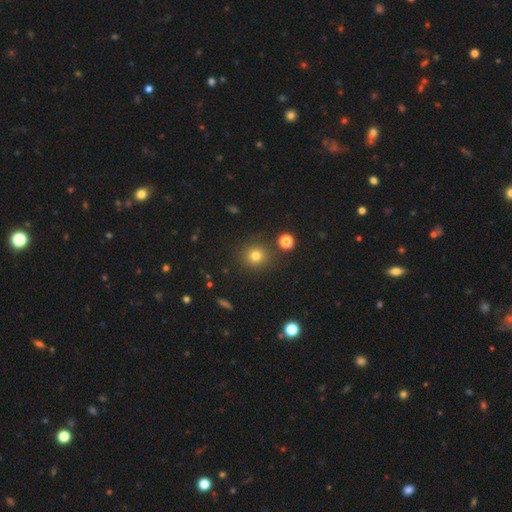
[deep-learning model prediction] Smooth or featured? Predicted: smooth (p=0.78). How rounded? Predicted: round (p=0.90). Merging? Predicted: none (p=0.86).